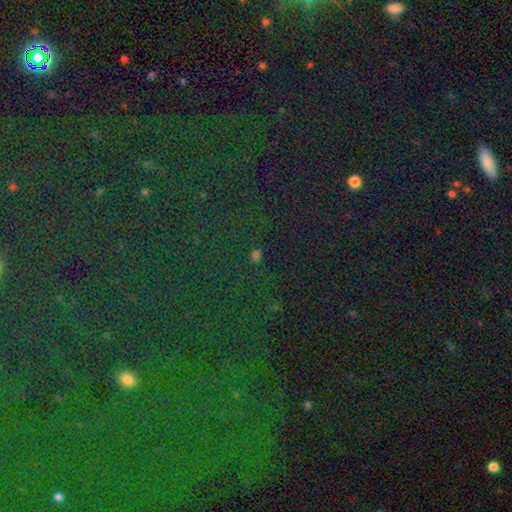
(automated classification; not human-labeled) A star or artifact, not a galaxy (57%).

Vote fractions:
- Smooth or featured? star or artifact: 57% / smooth: 35% / featured or disk: 7%